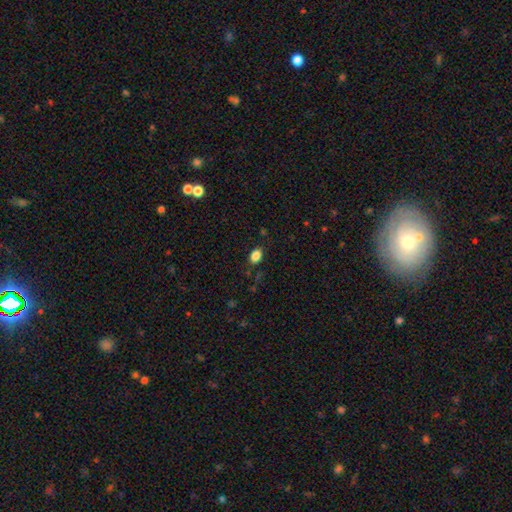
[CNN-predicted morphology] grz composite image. It shows a smooth galaxy with no disk features (85%) that is in between round and cigar-shaped (80%). Merging: none (82%).